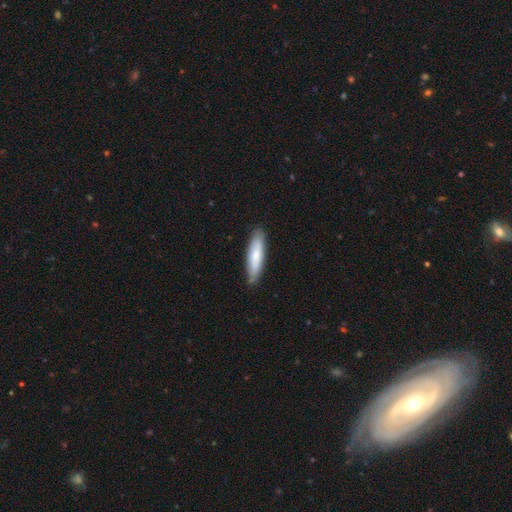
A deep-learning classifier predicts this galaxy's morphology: Q: Smooth or featured?
A: smooth (73%); runner-up: featured or disk (22%)
Q: How rounded?
A: cigar-shaped (71%); runner-up: in between (28%)
Q: Merging?
A: none (83%); runner-up: minor disturbance (13%)